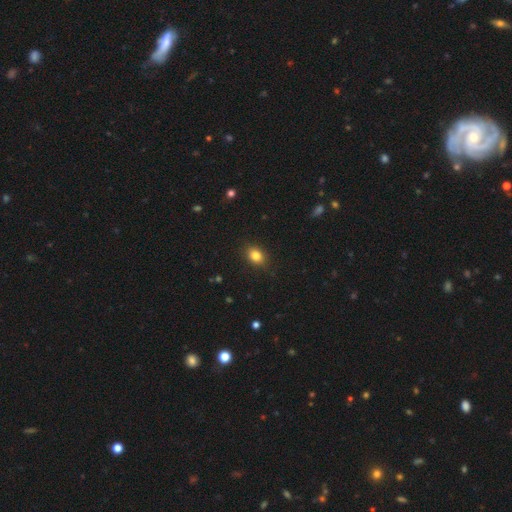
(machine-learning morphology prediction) Smooth or featured? Predicted: smooth (p=0.83). How rounded? Predicted: in between (p=0.59). Merging? Predicted: none (p=0.84).